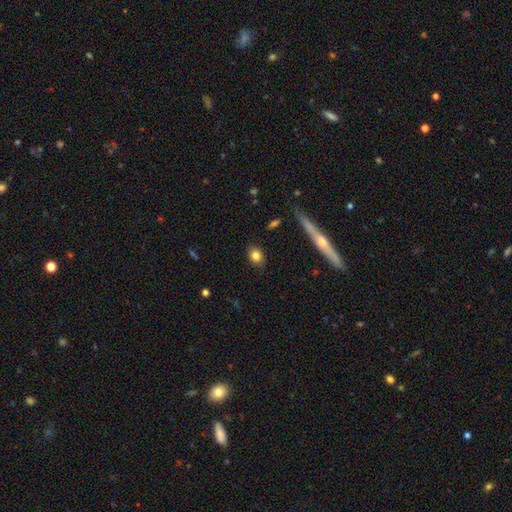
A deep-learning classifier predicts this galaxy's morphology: A smooth galaxy with no disk features (81%) that is round (51%). Merging: none (88%).